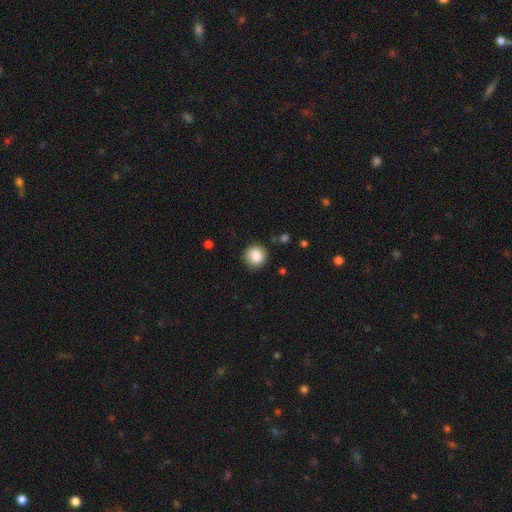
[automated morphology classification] This is clearly a smooth galaxy (85%). How rounded: clearly round (91%). Merging: clearly none (87%).